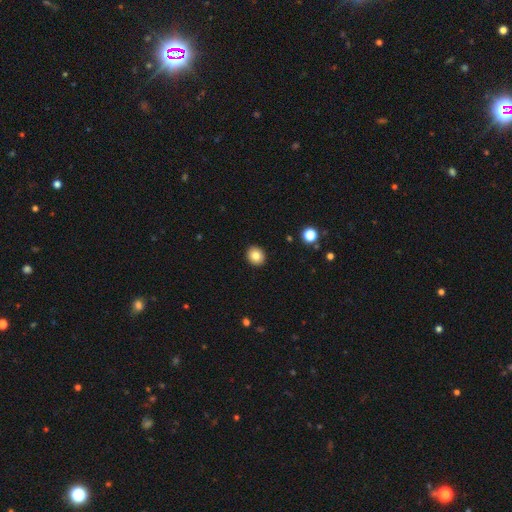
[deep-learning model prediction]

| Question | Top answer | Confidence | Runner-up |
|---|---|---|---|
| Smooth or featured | smooth | 83% | star or artifact (10%) |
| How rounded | round | 77% | in between (22%) |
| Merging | none | 92% | minor disturbance (5%) |